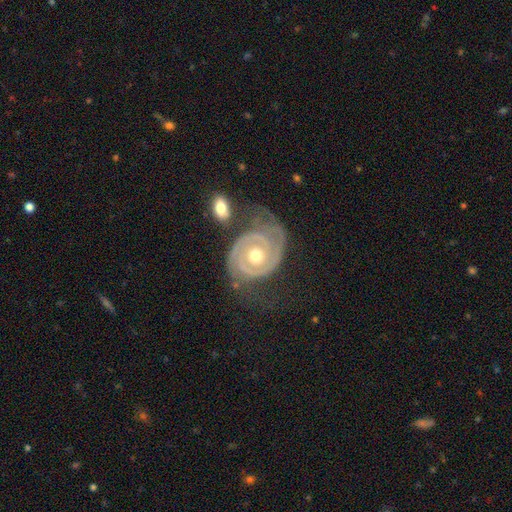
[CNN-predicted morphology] smooth-or-featured: featured or disk: 91% | smooth: 5% | star or artifact: 4%
  disk-edge-on: no: 97% | yes: 3%
    bar: no: 77% | weak: 18% | strong: 6%
    has-spiral-arms: yes: 97% | no: 3%
      spiral-winding: tight: 74% | medium: 21% | loose: 5%
      spiral-arm-count: 2: 78% | can't tell: 7% | 3: 6% | 1: 4% | 4: 2% | more than 4: 2%
    bulge-size: moderate: 72% | small: 22% | large: 4% | none: 1% | dominant: 1%
  merging: none: 55% | minor disturbance: 22% | major disturbance: 16% | merger: 7%